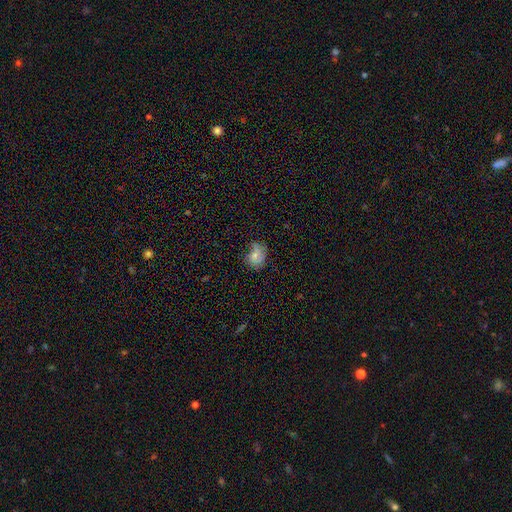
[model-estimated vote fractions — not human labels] This appears to be a smooth galaxy with no disk features (52%) that is in between round and cigar-shaped (50%). Merging: none (52%).